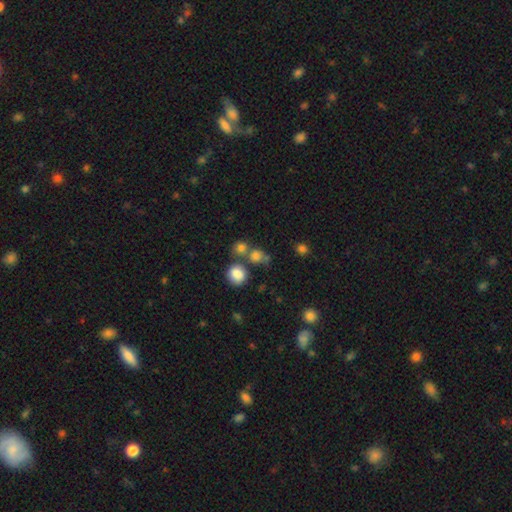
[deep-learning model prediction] This is likely a smooth galaxy (77%). How rounded: likely round (77%). Merging: possibly none (48%).